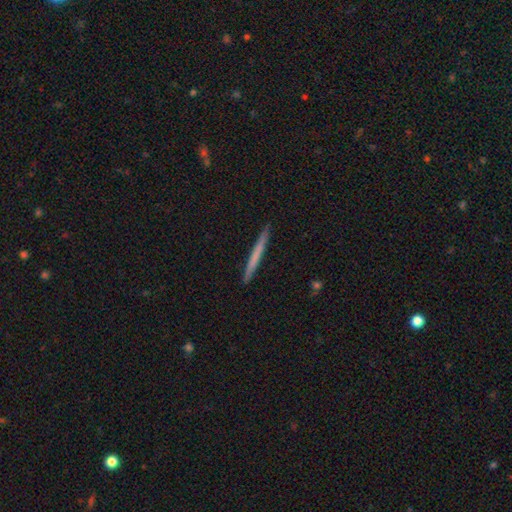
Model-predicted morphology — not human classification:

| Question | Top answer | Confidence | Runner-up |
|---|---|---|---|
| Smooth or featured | smooth | 58% | featured or disk (37%) |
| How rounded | cigar-shaped | 97% | in between (2%) |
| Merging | none | 92% | minor disturbance (5%) |